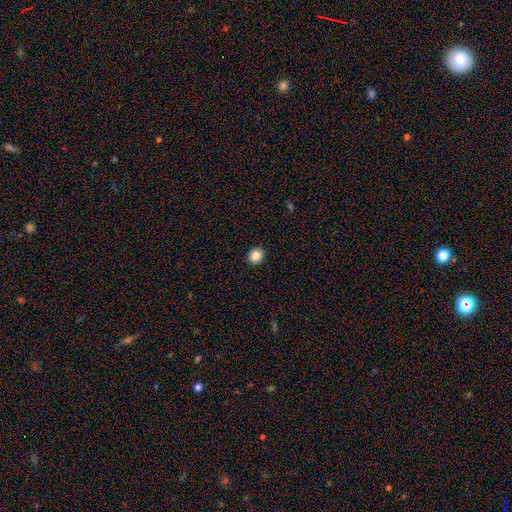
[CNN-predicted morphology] This is clearly a smooth galaxy (84%). How rounded: likely round (71%). Merging: clearly none (92%).